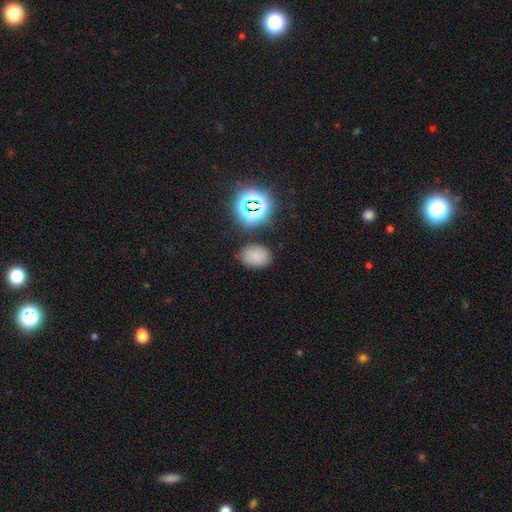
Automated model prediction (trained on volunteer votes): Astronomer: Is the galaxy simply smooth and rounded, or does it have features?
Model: smooth — 74%.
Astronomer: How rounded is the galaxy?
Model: in between — 69%.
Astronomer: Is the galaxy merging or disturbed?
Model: none — 81%.